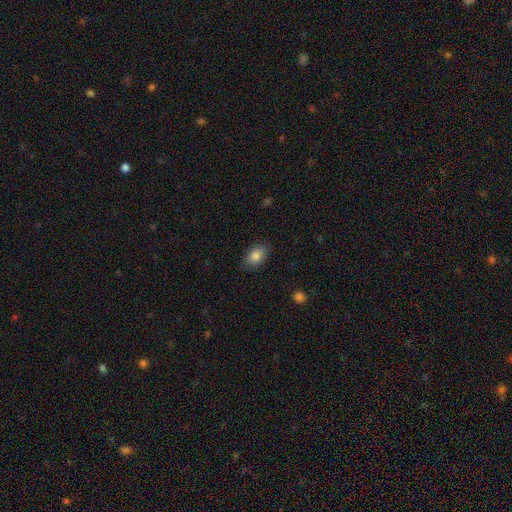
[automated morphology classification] type=smooth (85%); roundness=in between (86%); merging=none (86%).